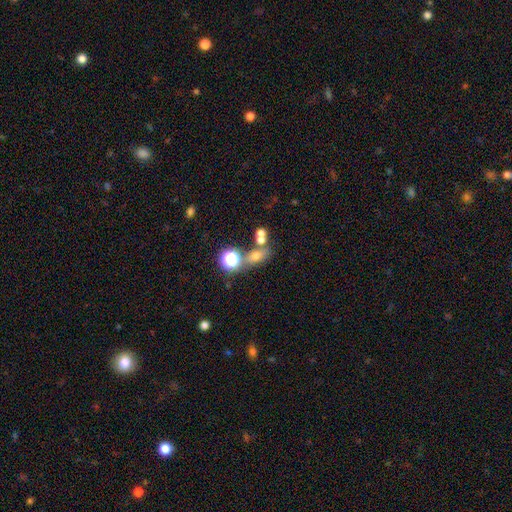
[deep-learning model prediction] smooth-or-featured: smooth: 58% | star or artifact: 24% | featured or disk: 18%
  how-rounded: in between: 53% | round: 39% | cigar-shaped: 8%
  merging: none: 50% | merger: 31% | minor disturbance: 12% | major disturbance: 7%